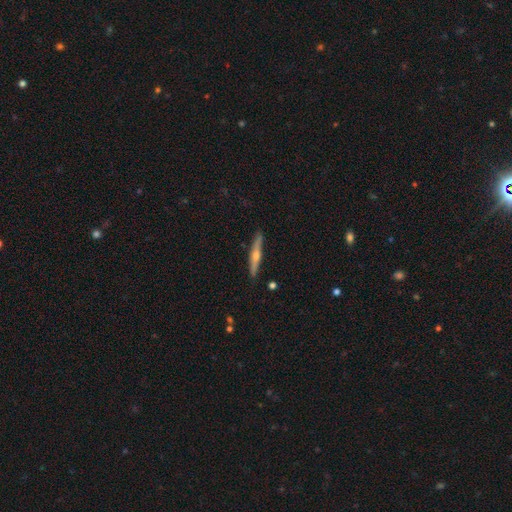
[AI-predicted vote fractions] Smooth or featured: featured or disk — 66% (smooth — 28%)
Edge-on disk: yes — 97% (no — 3%)
Edge-on bulge: rounded — 88% (none — 8%)
Merging: none — 90% (minor disturbance — 8%)